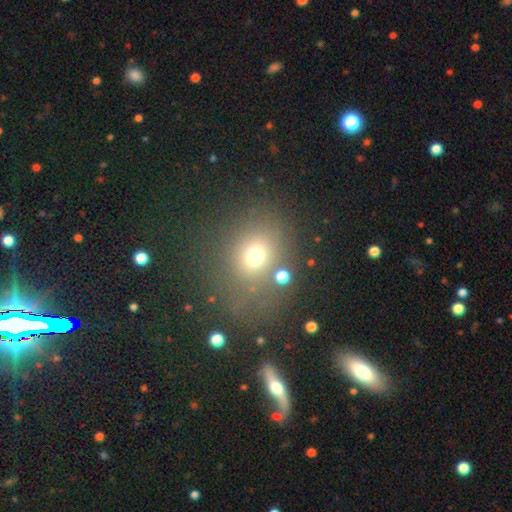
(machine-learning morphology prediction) type=smooth (67%); roundness=round (70%); merging=none (70%).